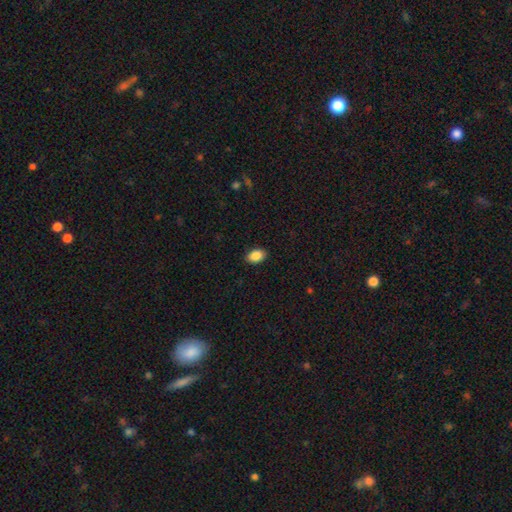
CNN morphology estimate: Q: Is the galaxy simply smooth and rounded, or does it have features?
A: smooth — 89%.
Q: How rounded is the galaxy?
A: in between — 88%.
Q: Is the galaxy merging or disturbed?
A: none — 89%.